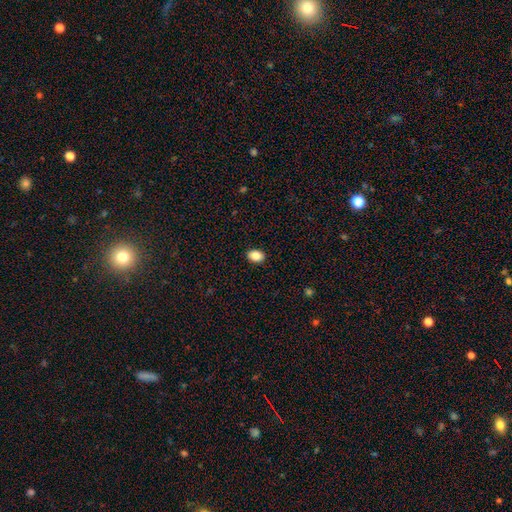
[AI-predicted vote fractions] Smooth or featured: smooth — 86% (star or artifact — 9%)
How rounded: in between — 74% (round — 25%)
Merging: none — 91% (minor disturbance — 7%)